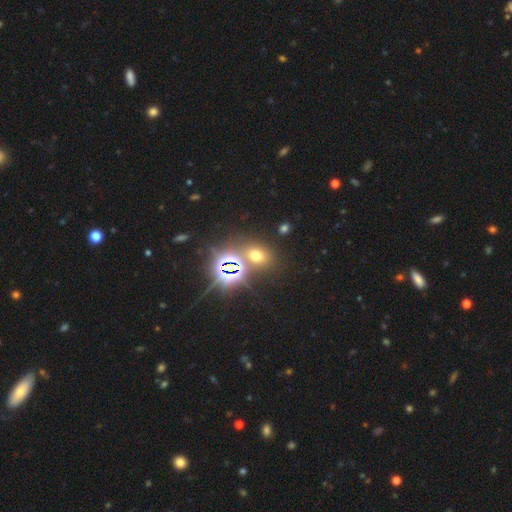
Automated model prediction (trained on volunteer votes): smooth_or_featured: smooth (p=0.47) [alt: star or artifact p=0.44]
merging: none (p=0.73) [alt: merger p=0.12]